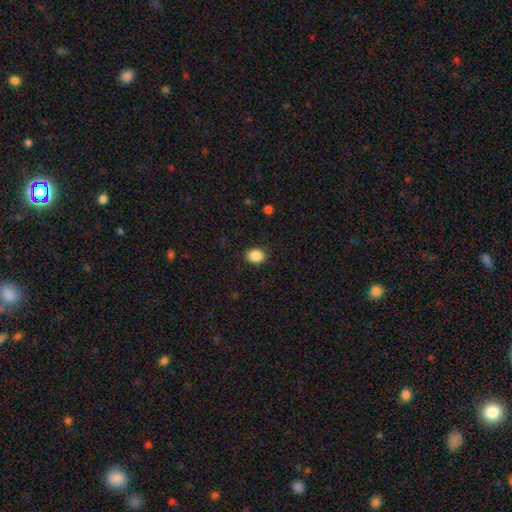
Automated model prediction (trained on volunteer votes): This is clearly a smooth galaxy (88%). How rounded: possibly in between (55%). Merging: clearly none (86%).